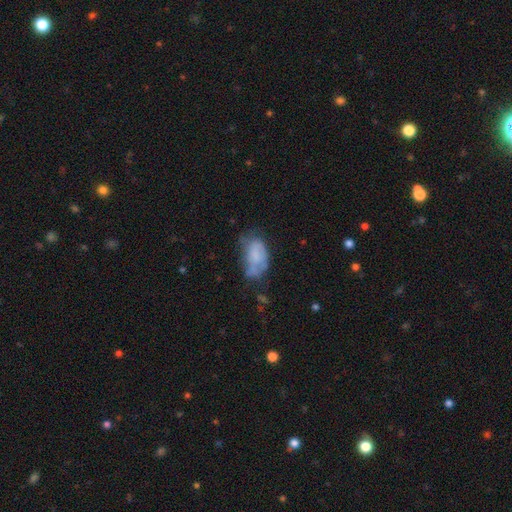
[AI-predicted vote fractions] Smooth or featured: smooth — 61% (featured or disk — 30%)
How rounded: in between — 92% (round — 5%)
Merging: minor disturbance — 35% (none — 34%)